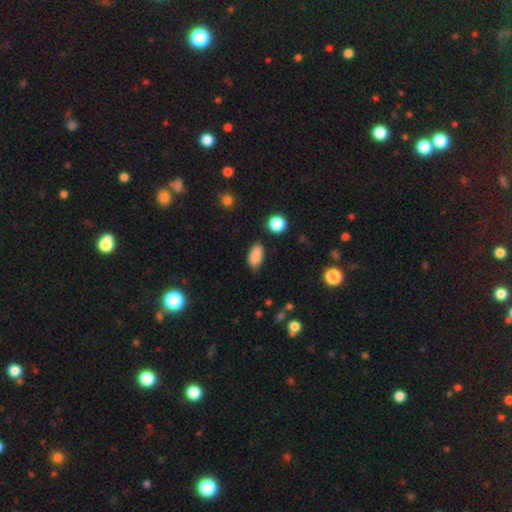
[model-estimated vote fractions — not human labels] A smooth galaxy with no disk features (85%) that is in between round and cigar-shaped (92%).

Vote fractions:
- Smooth or featured? smooth: 85% / star or artifact: 8% / featured or disk: 7%
- How rounded? in between: 92% / round: 4% / cigar-shaped: 4%
- Merging? none: 79% / minor disturbance: 16% / major disturbance: 3% / merger: 2%